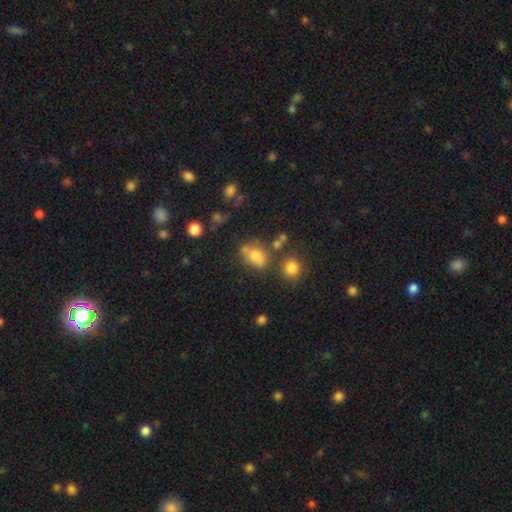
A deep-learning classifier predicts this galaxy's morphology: type=smooth (66%); roundness=in between (59%); merging=none (57%).